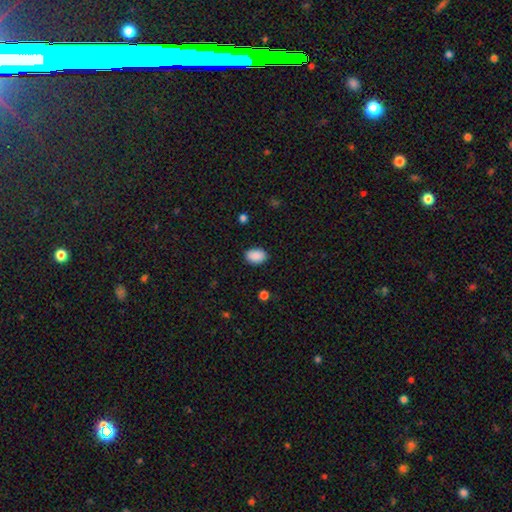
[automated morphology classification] The model was most divided on "how rounded": in between: 84%, round: 15%, cigar-shaped: 1%. More confident: smooth or featured — smooth (90%); merging — none (88%).